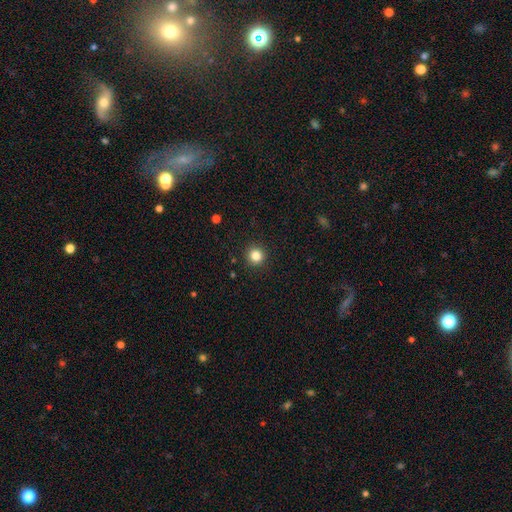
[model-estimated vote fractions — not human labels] Morphology: type=smooth (83%); roundness=round (94%); merging=none (92%).